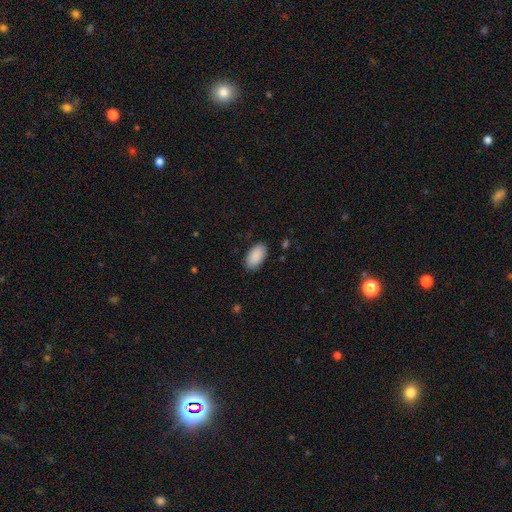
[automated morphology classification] smooth_or_featured: smooth (p=0.91) [alt: star or artifact p=0.06]
how_rounded: in between (p=0.95) [alt: round p=0.03]
merging: none (p=0.87) [alt: minor disturbance p=0.10]